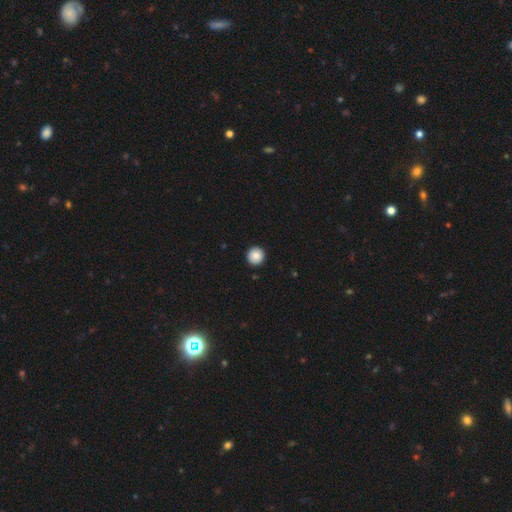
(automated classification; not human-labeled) This is clearly a smooth galaxy (84%). How rounded: clearly round (96%). Merging: clearly none (93%).